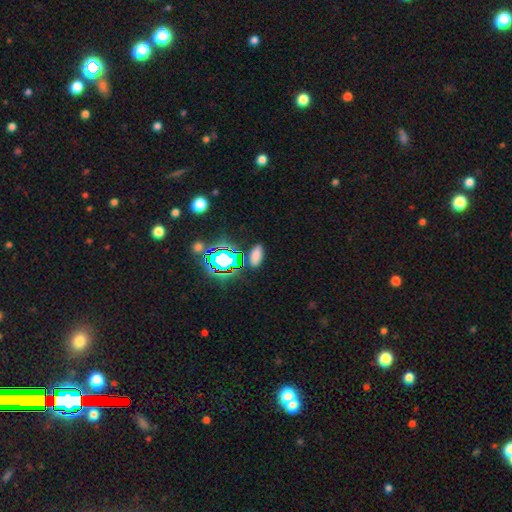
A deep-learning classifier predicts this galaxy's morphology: smooth 69%, star or artifact 25%, featured or disk 7%. Down the decision tree: how rounded — in between (86%); merging — none (85%).